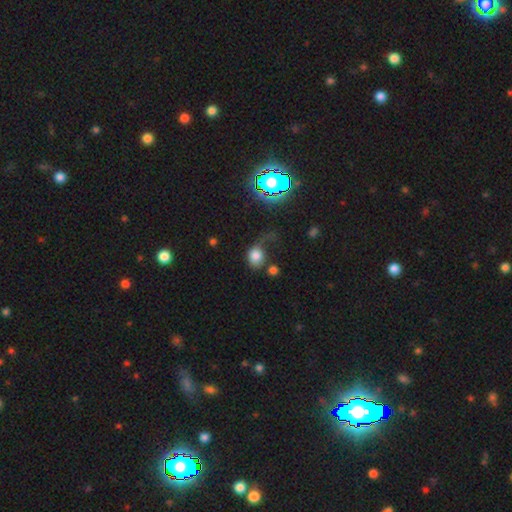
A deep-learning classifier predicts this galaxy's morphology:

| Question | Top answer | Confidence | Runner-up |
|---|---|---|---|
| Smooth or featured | smooth | 73% | star or artifact (14%) |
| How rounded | round | 56% | in between (43%) |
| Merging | major disturbance | 36% | none (29%) |